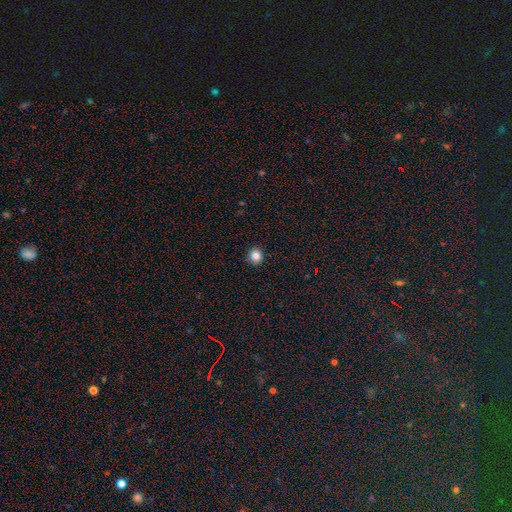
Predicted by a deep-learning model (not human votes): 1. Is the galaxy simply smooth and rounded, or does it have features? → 84% smooth, 12% star or artifact, 4% featured or disk.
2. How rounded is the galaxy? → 90% round, 10% in between, 1% cigar-shaped.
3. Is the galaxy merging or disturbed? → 91% none, 6% minor disturbance, 2% major disturbance, 1% merger.